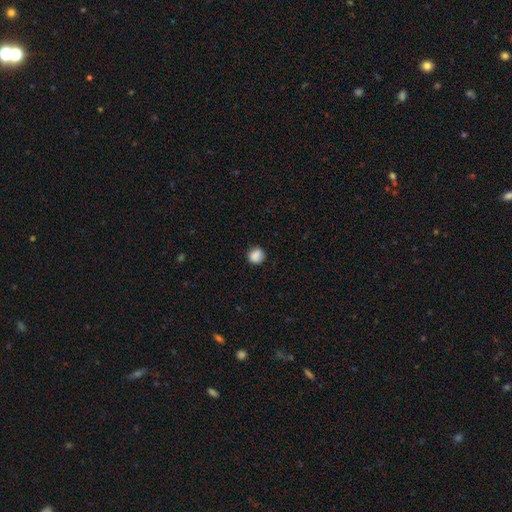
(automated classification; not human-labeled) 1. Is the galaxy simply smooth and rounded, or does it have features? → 87% smooth, 9% star or artifact, 3% featured or disk.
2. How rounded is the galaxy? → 83% round, 16% in between, 1% cigar-shaped.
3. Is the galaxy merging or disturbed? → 85% none, 11% minor disturbance, 3% major disturbance, 1% merger.